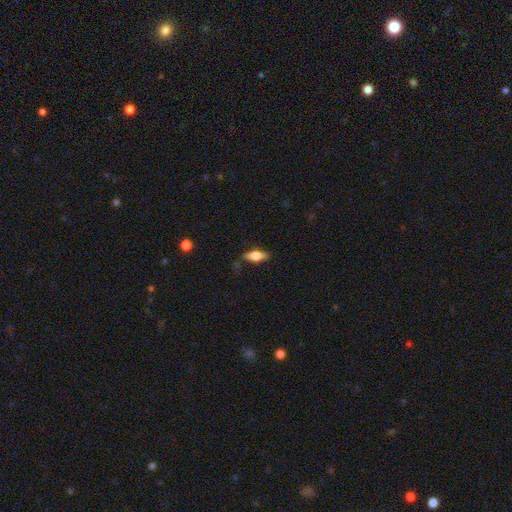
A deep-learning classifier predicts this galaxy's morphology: Smooth or featured? Predicted: smooth (p=0.62). How rounded? Predicted: in between (p=0.75). Merging? Predicted: none (p=0.72).